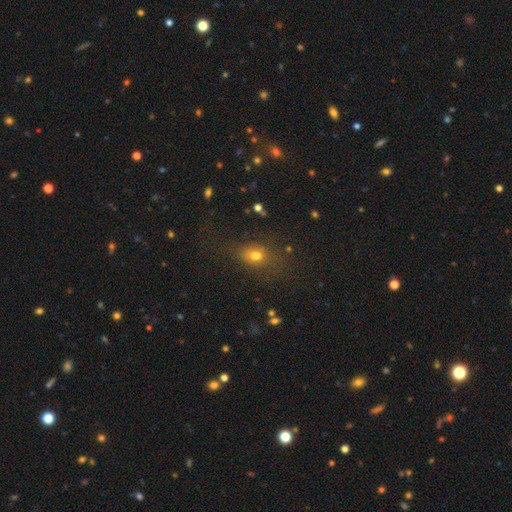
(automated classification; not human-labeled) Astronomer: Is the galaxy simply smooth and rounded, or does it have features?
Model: smooth — 68%.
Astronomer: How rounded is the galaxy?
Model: in between — 59% (runner-up: round, 38%).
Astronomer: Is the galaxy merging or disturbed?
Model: none — 70%.